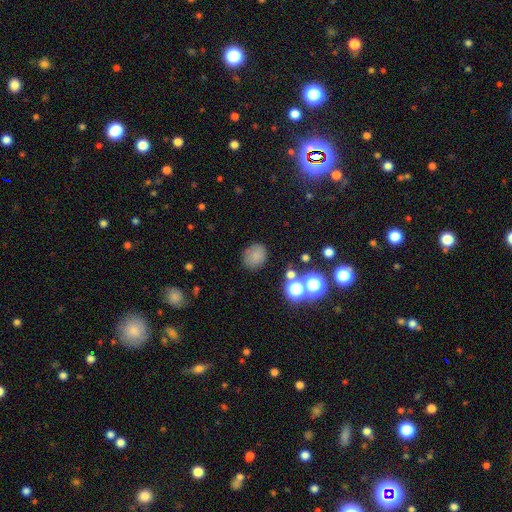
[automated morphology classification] smooth-or-featured: smooth: 75% | star or artifact: 17% | featured or disk: 8%
  how-rounded: round: 69% | in between: 30% | cigar-shaped: 1%
  merging: none: 77% | minor disturbance: 13% | merger: 5% | major disturbance: 5%